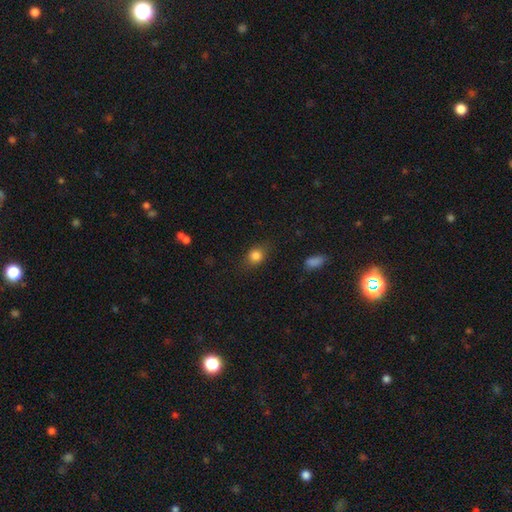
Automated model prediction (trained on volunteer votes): A smooth galaxy with no disk features (83%) that is round (51%).

Vote fractions:
- Smooth or featured? smooth: 83% / star or artifact: 10% / featured or disk: 7%
- How rounded? round: 51% / in between: 47% / cigar-shaped: 2%
- Merging? none: 80% / minor disturbance: 14% / major disturbance: 4% / merger: 1%